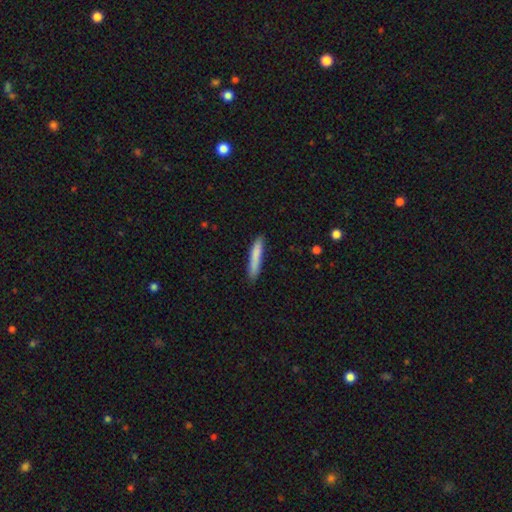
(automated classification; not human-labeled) smooth-or-featured: smooth: 82% | featured or disk: 12% | star or artifact: 6%
  how-rounded: cigar-shaped: 92% | in between: 6% | round: 1%
  merging: none: 85% | minor disturbance: 12% | major disturbance: 2% | merger: 1%